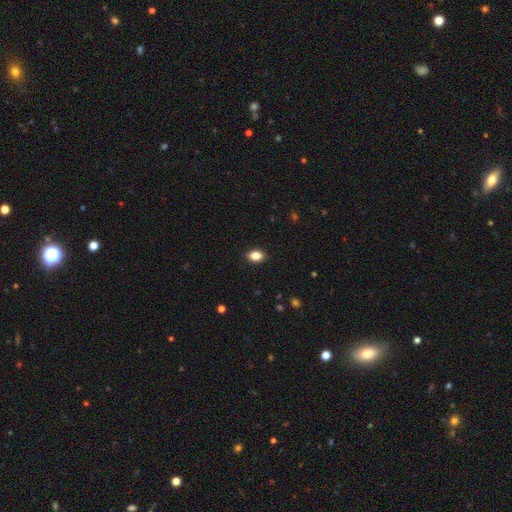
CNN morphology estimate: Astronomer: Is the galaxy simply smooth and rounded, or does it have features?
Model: smooth — 86%.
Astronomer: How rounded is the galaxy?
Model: in between — 82%.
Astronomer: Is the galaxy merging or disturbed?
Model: none — 90%.